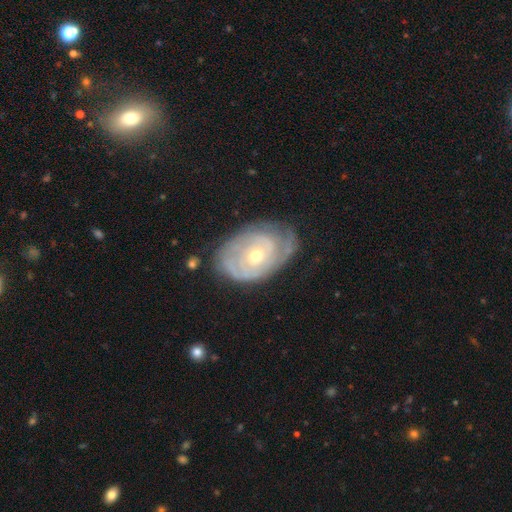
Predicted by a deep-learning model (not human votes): featured or disk 80%, smooth 14%, star or artifact 6%. Down the decision tree: edge-on disk — no (95%); bar — no (75%); spiral arms — yes (89%); spiral arm count — can't tell (45%); spiral winding — tight (74%); bulge size — small (49%); merging — none (64%).